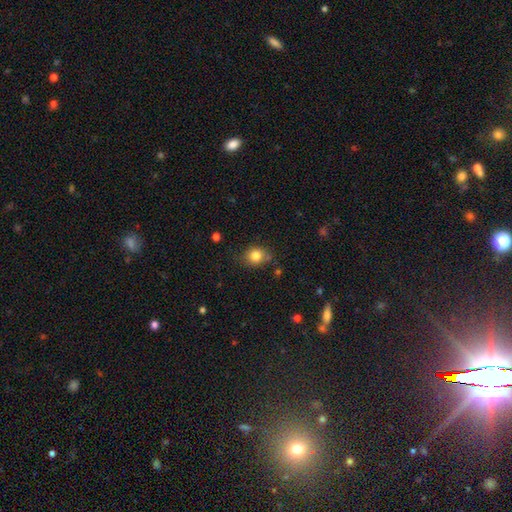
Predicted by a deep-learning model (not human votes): This is clearly a smooth galaxy (82%). How rounded: likely round (67%). Merging: likely none (72%).